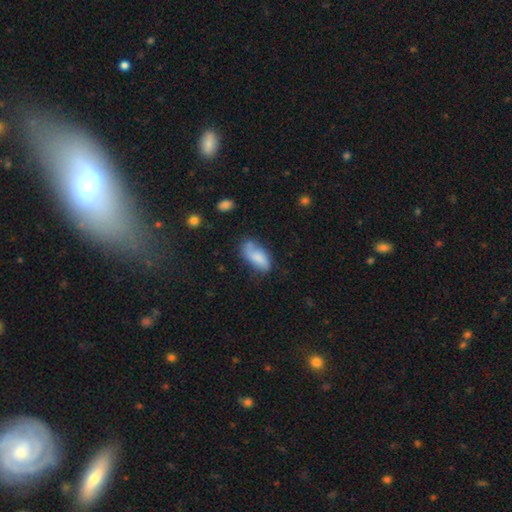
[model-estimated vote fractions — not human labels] This appears to be a smooth galaxy with no disk features (74%) that is in between round and cigar-shaped (88%). Merging: none (50%).